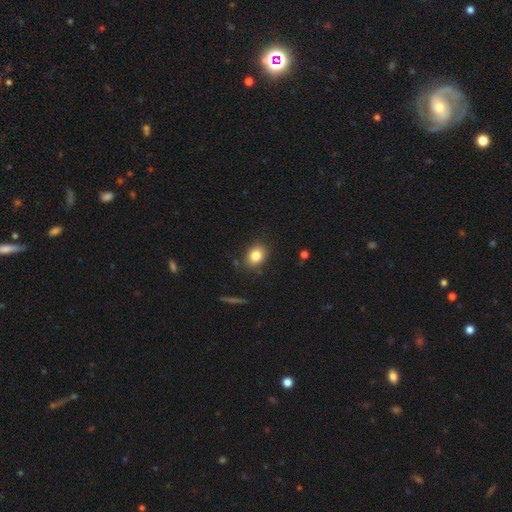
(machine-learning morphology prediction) The model was most divided on "how rounded": in between: 53%, round: 46%, cigar-shaped: 1%. More confident: merging — none (85%); smooth or featured — smooth (81%).